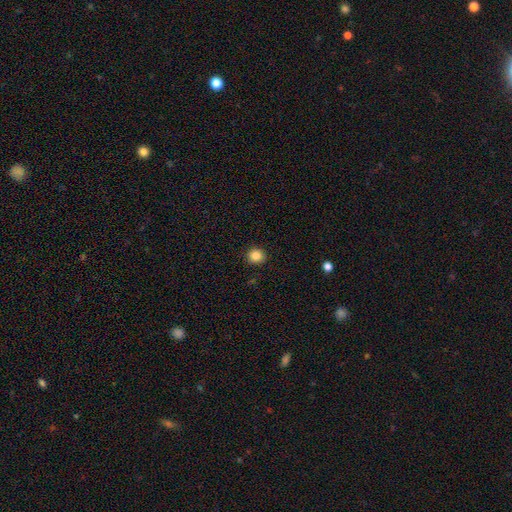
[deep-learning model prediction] Smooth or featured? Predicted: smooth (p=0.85). How rounded? Predicted: round (p=0.88). Merging? Predicted: none (p=0.92).